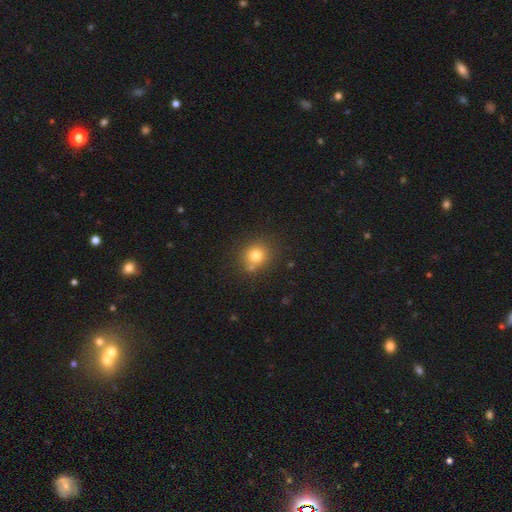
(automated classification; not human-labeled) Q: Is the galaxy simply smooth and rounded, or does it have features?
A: smooth — 77%.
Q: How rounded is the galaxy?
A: round — 82%.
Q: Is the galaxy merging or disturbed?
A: none — 73%.